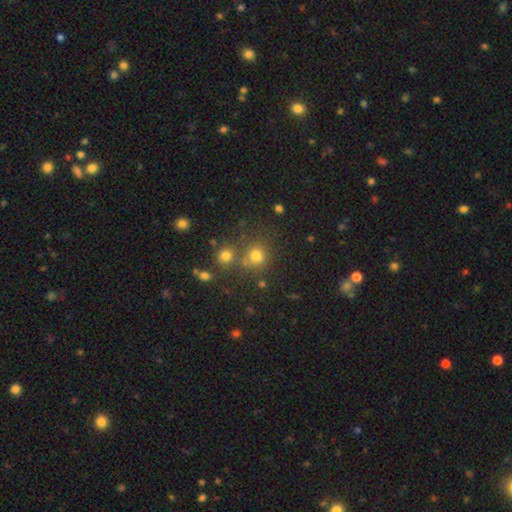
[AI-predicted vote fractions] Smooth or featured? Predicted: smooth (p=0.72). How rounded? Predicted: round (p=0.86). Merging? Predicted: none (p=0.65).